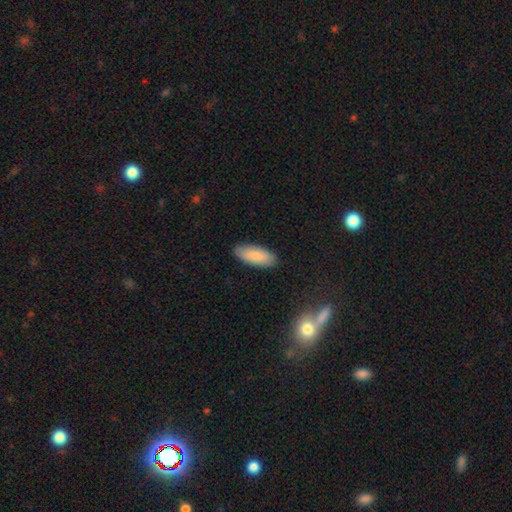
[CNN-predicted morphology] smooth-or-featured: smooth: 82% | featured or disk: 12% | star or artifact: 6%
  how-rounded: in between: 78% | cigar-shaped: 20% | round: 2%
  merging: none: 87% | minor disturbance: 10% | major disturbance: 2% | merger: 1%